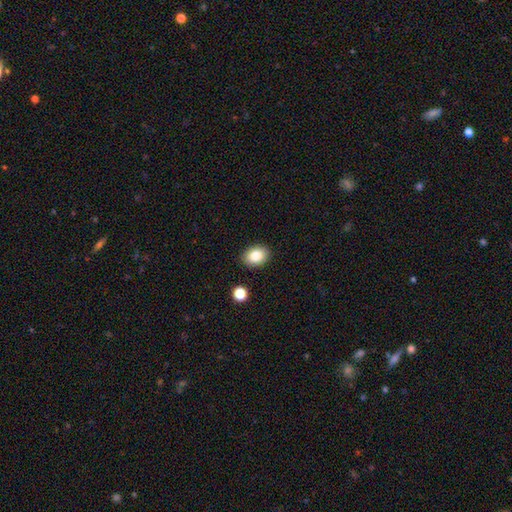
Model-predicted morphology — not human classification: Smooth or featured? Predicted: smooth (p=0.84). How rounded? Predicted: in between (p=0.67). Merging? Predicted: none (p=0.88).